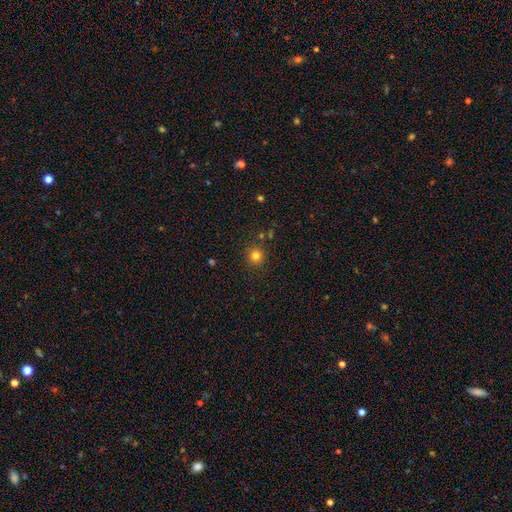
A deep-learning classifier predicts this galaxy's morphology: A smooth galaxy with no disk features (80%) that is round (94%).

Vote fractions:
- Smooth or featured? smooth: 80% / star or artifact: 14% / featured or disk: 5%
- How rounded? round: 94% / in between: 5% / cigar-shaped: 1%
- Merging? none: 88% / minor disturbance: 6% / merger: 3% / major disturbance: 2%